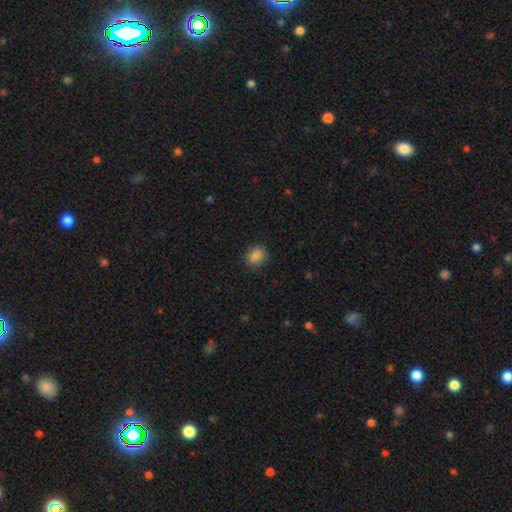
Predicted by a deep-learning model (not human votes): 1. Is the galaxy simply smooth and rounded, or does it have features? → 87% smooth, 9% star or artifact, 4% featured or disk.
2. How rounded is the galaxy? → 57% round, 42% in between, 1% cigar-shaped.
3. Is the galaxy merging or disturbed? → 85% none, 11% minor disturbance, 3% major disturbance, 1% merger.